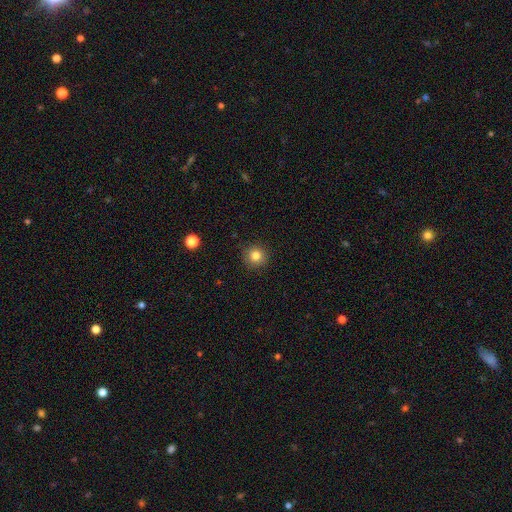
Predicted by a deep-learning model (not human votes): Overall: smooth (82%). How rounded: round (94%). Merging: none (91%).